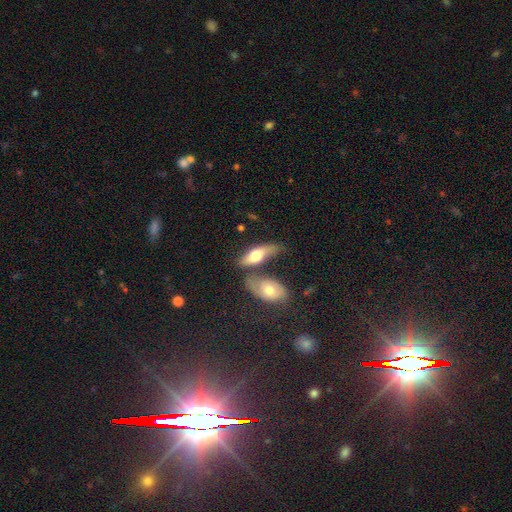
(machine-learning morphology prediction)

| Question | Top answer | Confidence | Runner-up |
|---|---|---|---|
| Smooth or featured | smooth | 56% | featured or disk (37%) |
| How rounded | in between | 77% | cigar-shaped (20%) |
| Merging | merger | 39% | tied: none (39%) |